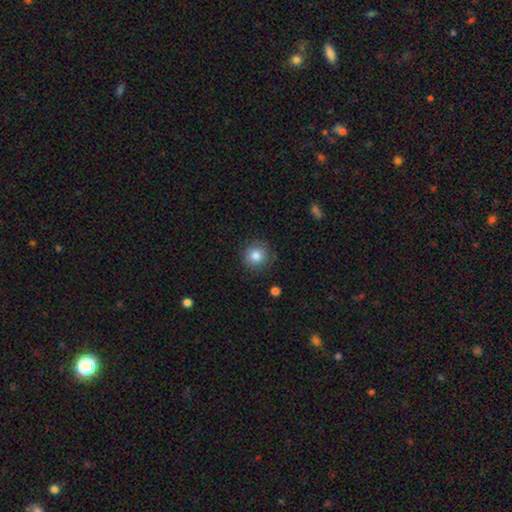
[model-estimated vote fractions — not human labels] Q: Smooth or featured?
A: smooth (84%); runner-up: star or artifact (10%)
Q: How rounded?
A: round (93%); runner-up: in between (6%)
Q: Merging?
A: none (86%); runner-up: minor disturbance (9%)